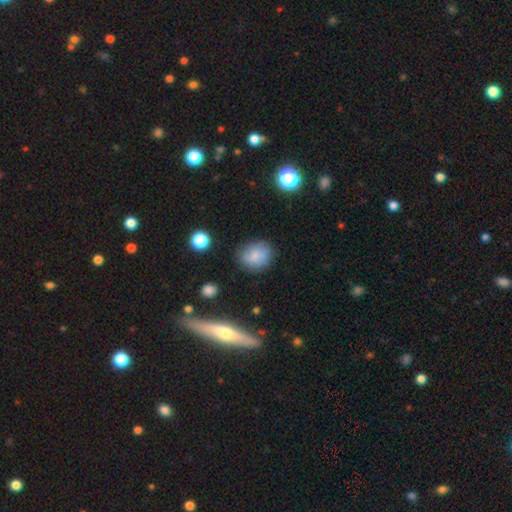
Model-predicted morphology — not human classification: Q: Smooth or featured?
A: smooth (77%); runner-up: featured or disk (13%)
Q: How rounded?
A: round (61%); runner-up: in between (38%)
Q: Merging?
A: none (75%); runner-up: minor disturbance (17%)